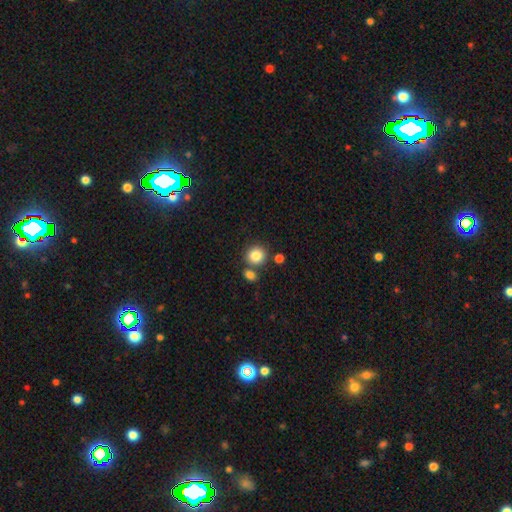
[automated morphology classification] Overall: smooth (84%). How rounded: round (86%). Merging: none (71%).